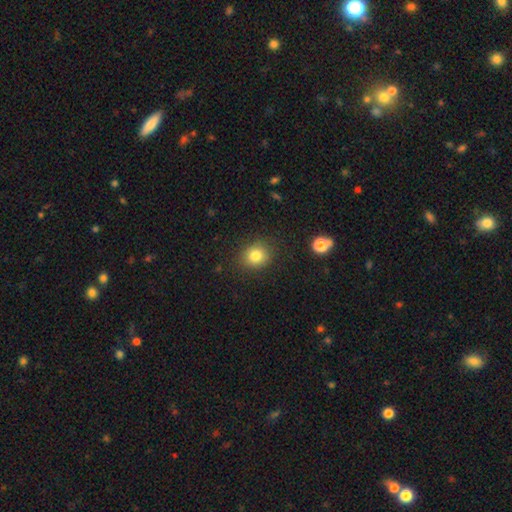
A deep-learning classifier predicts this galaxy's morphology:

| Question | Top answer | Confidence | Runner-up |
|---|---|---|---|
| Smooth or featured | smooth | 81% | star or artifact (12%) |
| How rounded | round | 72% | in between (27%) |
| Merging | none | 87% | minor disturbance (9%) |